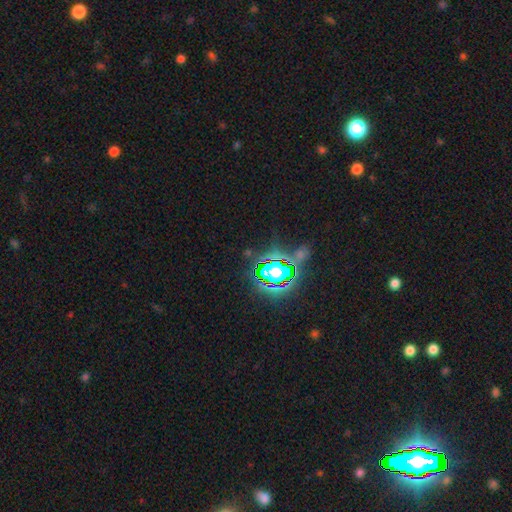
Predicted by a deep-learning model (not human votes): Smooth or featured: star or artifact — 82% (smooth — 11%)